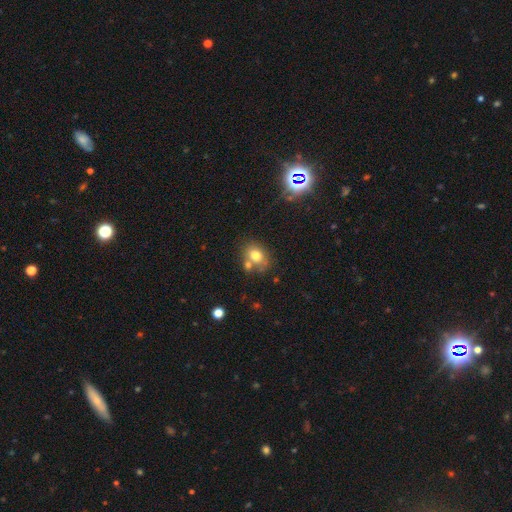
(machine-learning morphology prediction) type=smooth (74%); roundness=in between (60%); merging=none (55%).